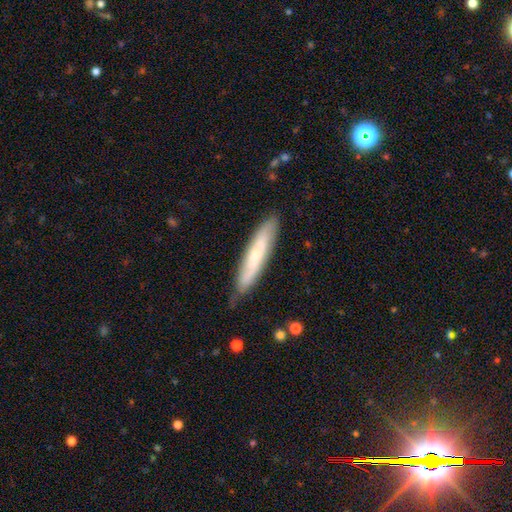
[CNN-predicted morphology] A smooth galaxy with no disk features (51%) that is cigar-shaped (87%).

Vote fractions:
- Smooth or featured? smooth: 51% / featured or disk: 43% / star or artifact: 6%
- How rounded? cigar-shaped: 87% / in between: 12% / round: 1%
- Merging? none: 77% / minor disturbance: 18% / major disturbance: 3% / merger: 2%